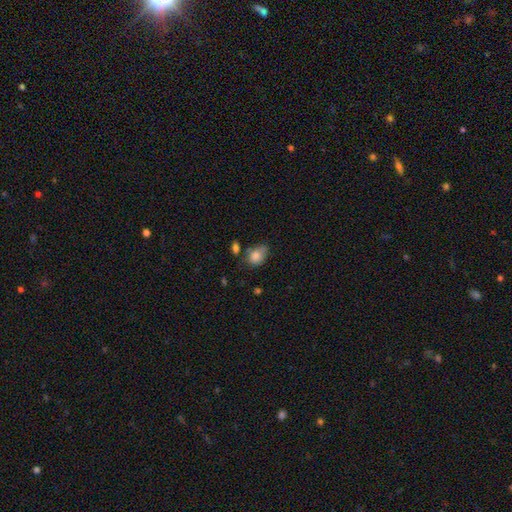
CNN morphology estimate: Smooth or featured?
  - smooth: 82% *
  - featured or disk: 10%
  - star or artifact: 9%
How rounded?
  - in between: 72% *
  - round: 27%
  - cigar-shaped: 1%
Merging?
  - none: 45% *
  - minor disturbance: 33%
  - merger: 11%
  - major disturbance: 11%